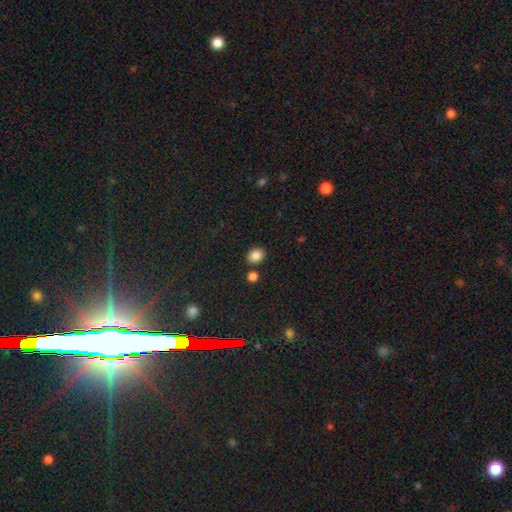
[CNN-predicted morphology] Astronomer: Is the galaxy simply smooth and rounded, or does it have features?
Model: smooth — 86%.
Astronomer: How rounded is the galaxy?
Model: round — 52% (runner-up: in between, 47%).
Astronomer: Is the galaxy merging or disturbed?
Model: none — 79%.